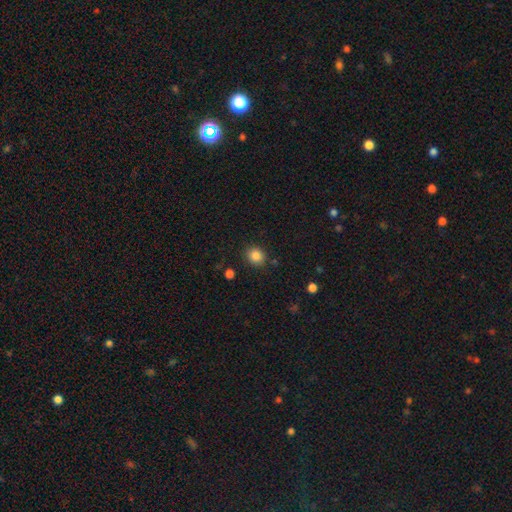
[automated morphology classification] smooth-or-featured: smooth: 85% | star or artifact: 10% | featured or disk: 5%
  how-rounded: round: 78% | in between: 21% | cigar-shaped: 1%
  merging: none: 86% | minor disturbance: 9% | major disturbance: 3% | merger: 3%